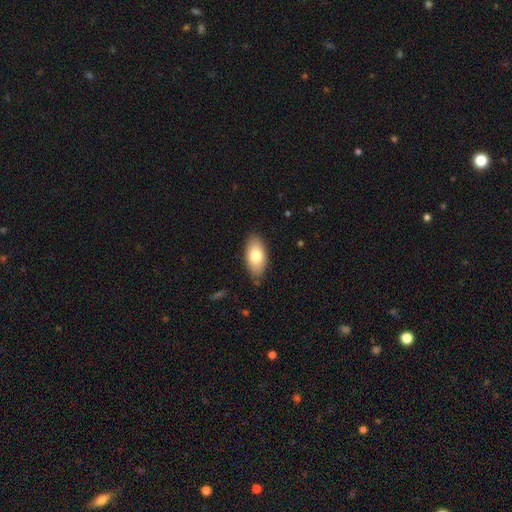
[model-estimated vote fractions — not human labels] The model was most divided on "smooth or featured": smooth: 76%, featured or disk: 17%, star or artifact: 7%. More confident: how rounded — in between (93%); merging — none (84%).